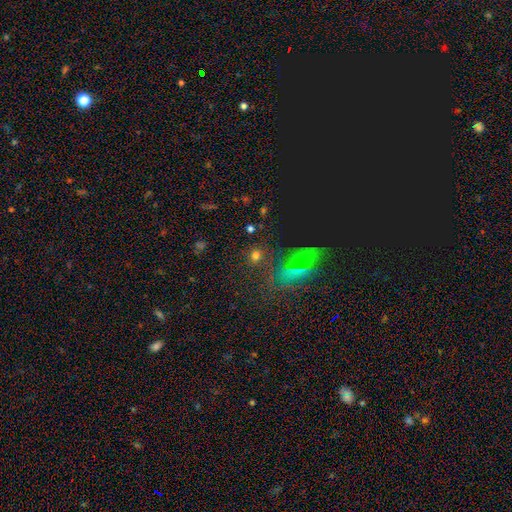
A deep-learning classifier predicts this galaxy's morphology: Q: Smooth or featured?
A: smooth (70%); runner-up: star or artifact (22%)
Q: How rounded?
A: round (84%); runner-up: in between (14%)
Q: Merging?
A: none (79%); runner-up: minor disturbance (9%)